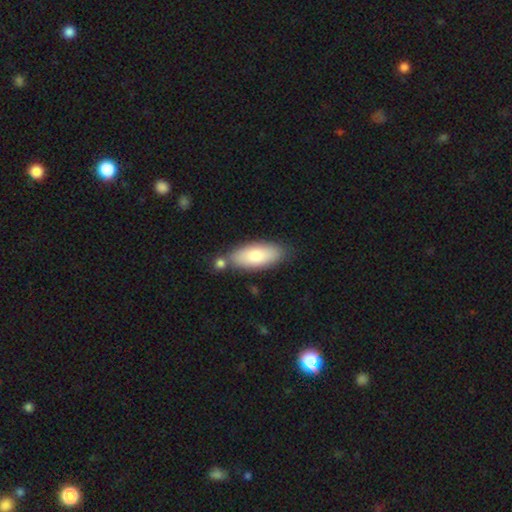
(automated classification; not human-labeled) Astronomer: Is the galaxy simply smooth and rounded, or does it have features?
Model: smooth — 76%.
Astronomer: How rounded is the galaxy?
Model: in between — 79%.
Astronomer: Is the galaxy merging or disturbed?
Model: none — 74%.